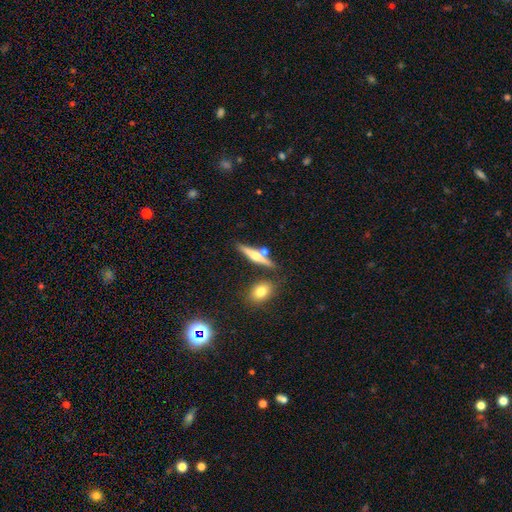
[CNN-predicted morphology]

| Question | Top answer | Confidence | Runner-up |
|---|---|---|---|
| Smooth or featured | featured or disk | 57% | smooth (35%) |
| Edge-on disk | yes | 94% | no (6%) |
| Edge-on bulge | rounded | 88% | none (7%) |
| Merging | none | 74% | merger (13%) |